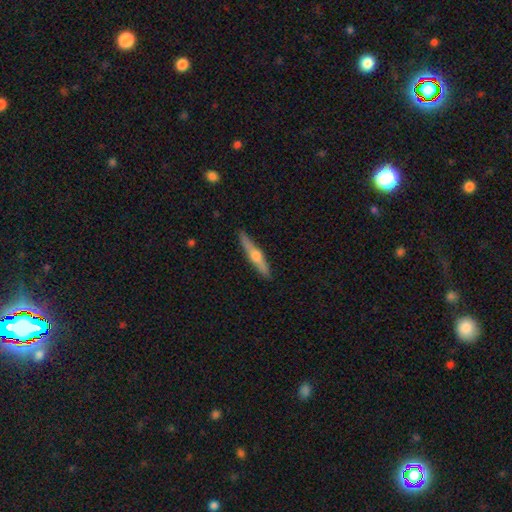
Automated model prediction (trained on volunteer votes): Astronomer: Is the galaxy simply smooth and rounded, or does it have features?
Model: featured or disk — 65%.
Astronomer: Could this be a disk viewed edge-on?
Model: yes — 97%.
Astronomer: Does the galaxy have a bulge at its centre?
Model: rounded — 93%.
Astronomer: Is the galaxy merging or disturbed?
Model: none — 89%.